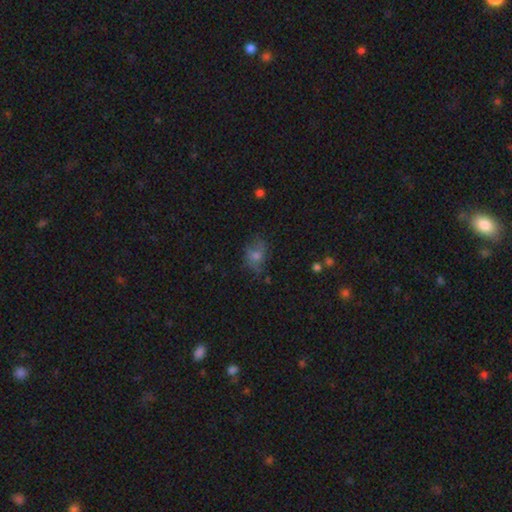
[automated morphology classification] Smooth or featured? Predicted: smooth (p=0.50). How rounded? Predicted: in between (p=0.63). Merging? Predicted: none (p=0.57).